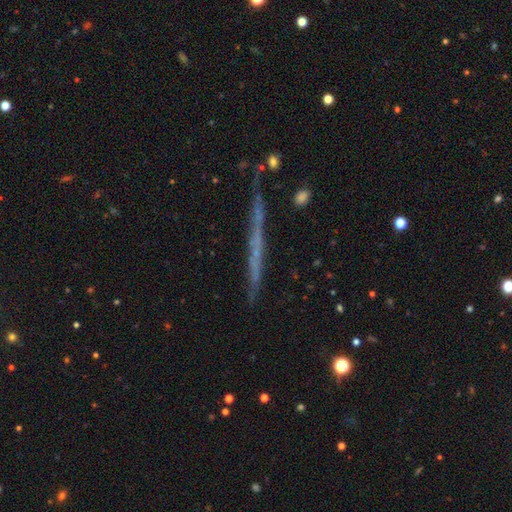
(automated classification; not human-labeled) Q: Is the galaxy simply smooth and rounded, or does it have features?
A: featured or disk — 56%.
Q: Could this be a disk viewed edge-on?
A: yes — 96%.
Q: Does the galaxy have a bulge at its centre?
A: none — 89%.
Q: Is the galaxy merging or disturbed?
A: none — 85%.